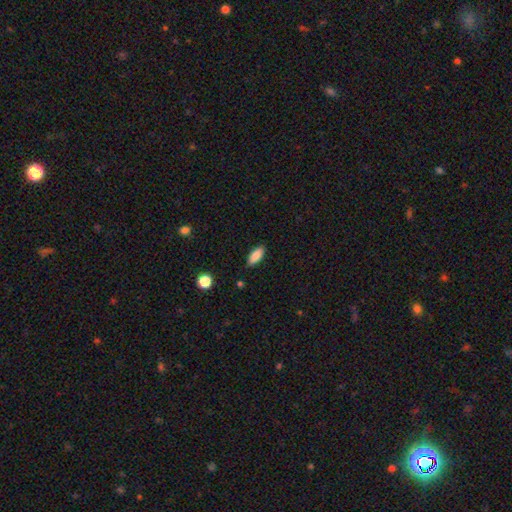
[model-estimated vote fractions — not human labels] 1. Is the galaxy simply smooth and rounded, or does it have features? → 86% smooth, 7% star or artifact, 7% featured or disk.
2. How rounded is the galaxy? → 82% in between, 16% cigar-shaped, 2% round.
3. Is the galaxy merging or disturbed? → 86% none, 10% minor disturbance, 2% major disturbance, 1% merger.